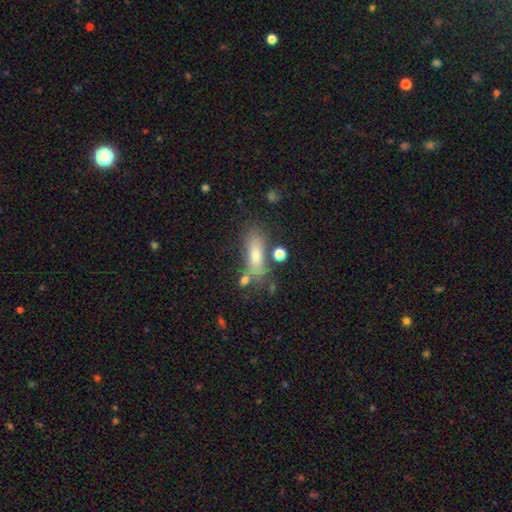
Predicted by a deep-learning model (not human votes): smooth 58%, featured or disk 26%, star or artifact 16%. Down the decision tree: how rounded — in between (49%); merging — none (64%).